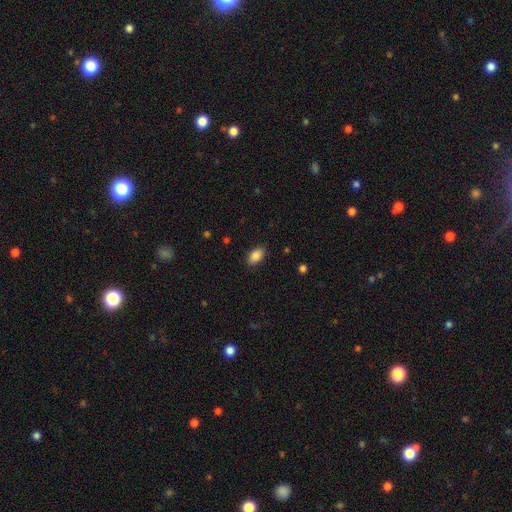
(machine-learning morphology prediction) smooth 87%, star or artifact 8%, featured or disk 5%. Down the decision tree: how rounded — in between (91%); merging — none (86%).